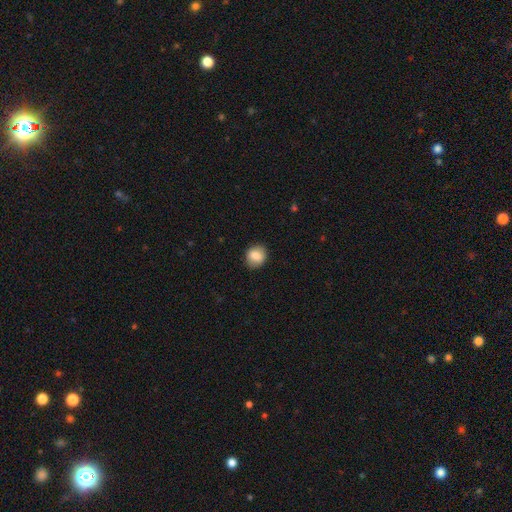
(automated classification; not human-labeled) smooth-or-featured: smooth: 84% | featured or disk: 8% | star or artifact: 8%
  how-rounded: round: 72% | in between: 27% | cigar-shaped: 1%
  merging: none: 87% | minor disturbance: 10% | major disturbance: 2% | merger: 1%